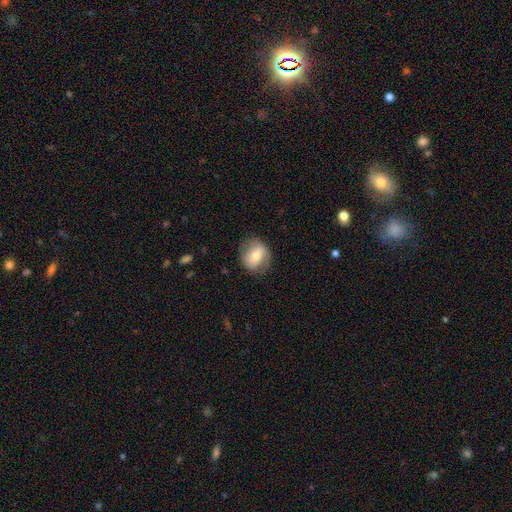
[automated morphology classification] smooth 57%, featured or disk 36%, star or artifact 7%. Down the decision tree: how rounded — round (59%); merging — none (75%).